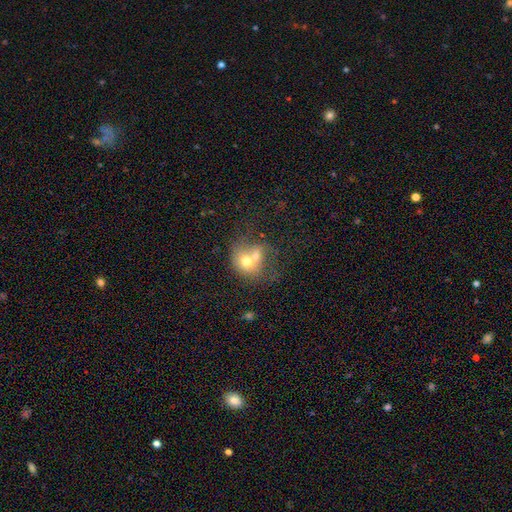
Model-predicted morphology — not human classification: This appears to be a smooth galaxy with no disk features (62%) that is round (62%). Merging: merger (68%).